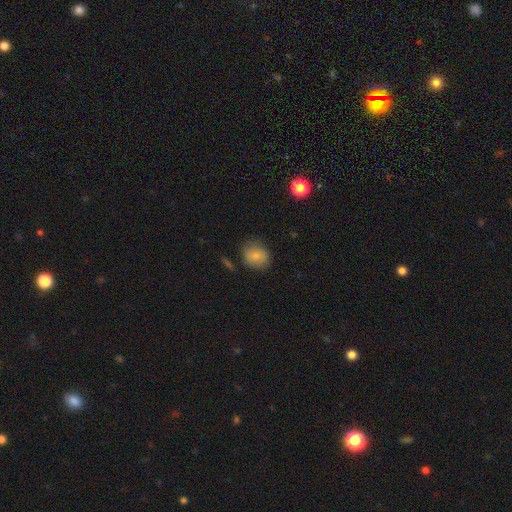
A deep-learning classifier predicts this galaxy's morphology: This is clearly a smooth galaxy (82%). How rounded: likely round (68%). Merging: likely none (75%).